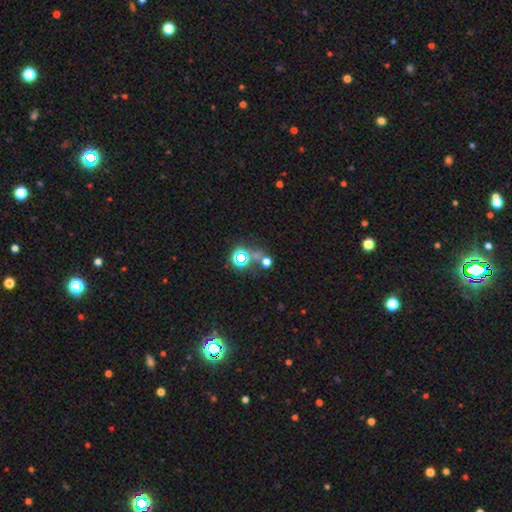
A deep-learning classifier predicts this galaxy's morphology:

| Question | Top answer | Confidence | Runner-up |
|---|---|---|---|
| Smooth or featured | star or artifact | 55% | smooth (33%) |